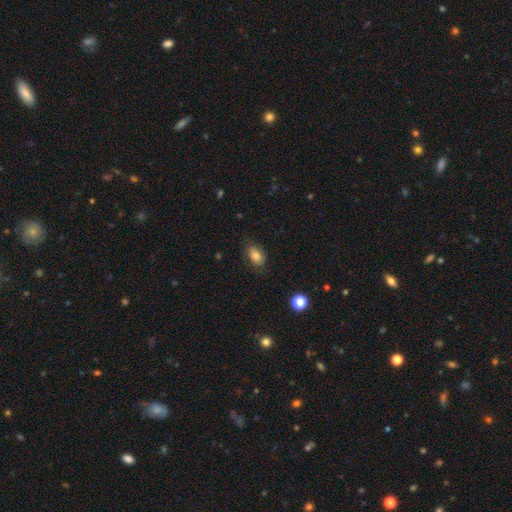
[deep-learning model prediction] A smooth galaxy with no disk features (80%) that is in between round and cigar-shaped (85%).

Vote fractions:
- Smooth or featured? smooth: 80% / featured or disk: 11% / star or artifact: 9%
- How rounded? in between: 85% / round: 13% / cigar-shaped: 2%
- Merging? none: 77% / minor disturbance: 18% / major disturbance: 4% / merger: 1%